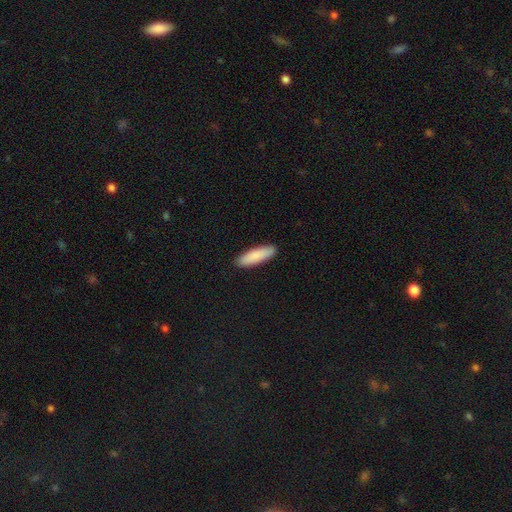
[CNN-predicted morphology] Smooth or featured?
  - smooth: 87% *
  - featured or disk: 8%
  - star or artifact: 5%
How rounded?
  - cigar-shaped: 60% *
  - in between: 39%
  - round: 2%
Merging?
  - none: 91% *
  - minor disturbance: 7%
  - major disturbance: 1%
  - merger: 1%